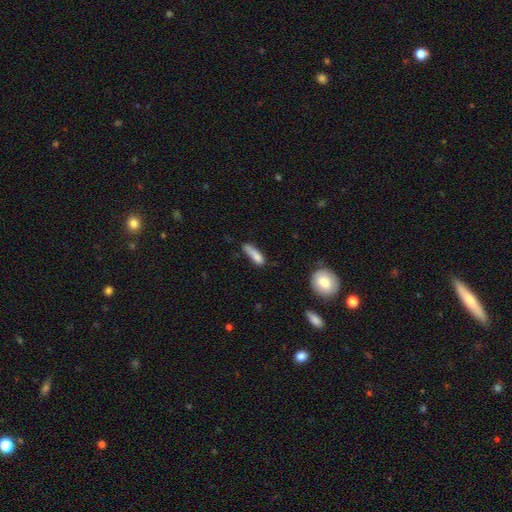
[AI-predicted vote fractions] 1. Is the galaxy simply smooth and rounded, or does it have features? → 79% smooth, 13% featured or disk, 8% star or artifact.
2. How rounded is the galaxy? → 63% cigar-shaped, 34% in between, 2% round.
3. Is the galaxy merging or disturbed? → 44% none, 33% minor disturbance, 14% major disturbance, 9% merger.